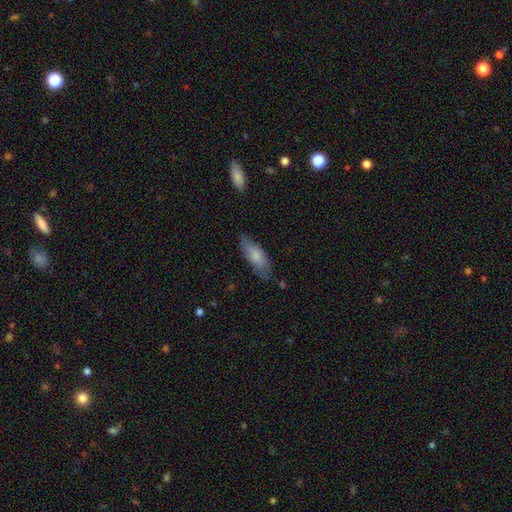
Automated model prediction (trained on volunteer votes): Morphology: type=smooth (77%); roundness=in between (65%); merging=none (73%).